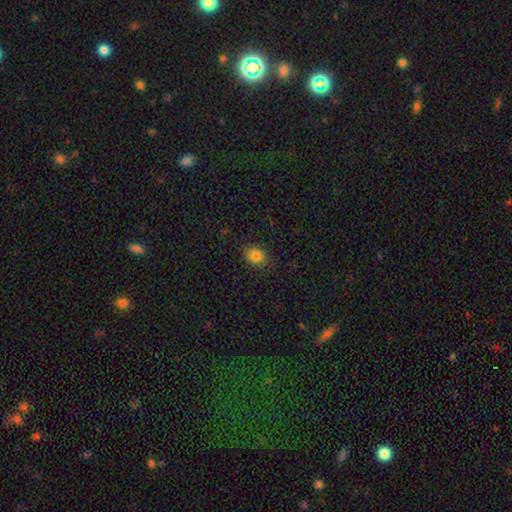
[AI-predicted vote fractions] Smooth or featured?
  - smooth: 82% *
  - star or artifact: 12%
  - featured or disk: 6%
How rounded?
  - round: 50% *
  - in between: 49%
  - cigar-shaped: 1%
Merging?
  - none: 84% *
  - minor disturbance: 12%
  - major disturbance: 3%
  - merger: 1%